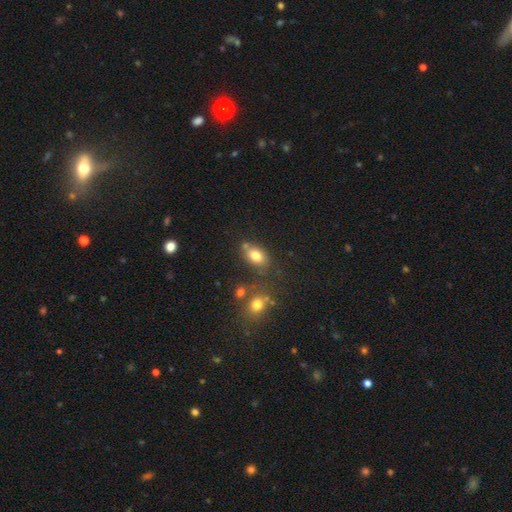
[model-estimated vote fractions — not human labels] Q: Smooth or featured?
A: smooth (79%); runner-up: featured or disk (11%)
Q: How rounded?
A: in between (81%); runner-up: round (17%)
Q: Merging?
A: none (65%); runner-up: minor disturbance (16%)